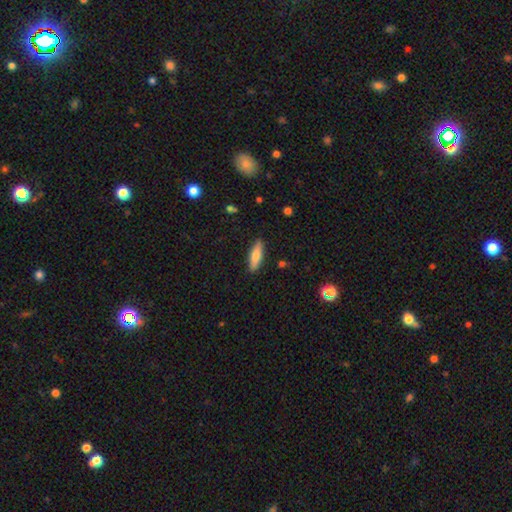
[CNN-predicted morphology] Q: Smooth or featured?
A: smooth (71%); runner-up: featured or disk (23%)
Q: How rounded?
A: cigar-shaped (57%); runner-up: in between (41%)
Q: Merging?
A: none (88%); runner-up: minor disturbance (9%)